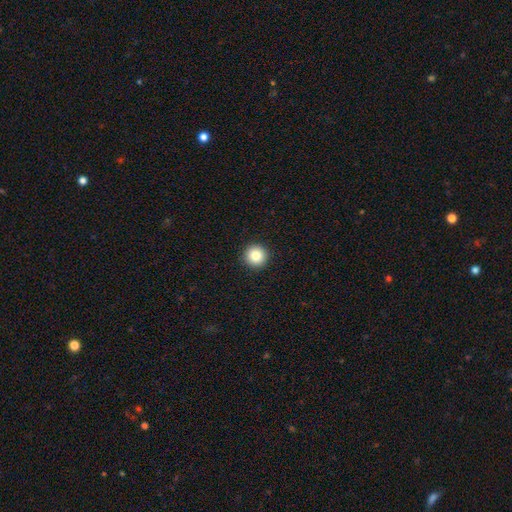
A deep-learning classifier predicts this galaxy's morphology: Smooth or featured: smooth — 84% (star or artifact — 10%)
How rounded: round — 96% (in between — 3%)
Merging: none — 93% (minor disturbance — 4%)